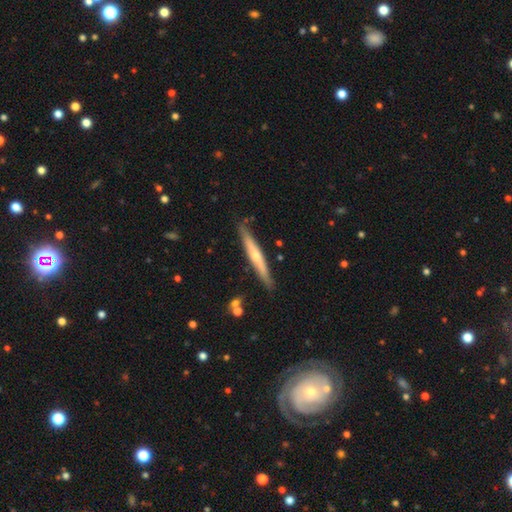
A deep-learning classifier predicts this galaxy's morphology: Smooth or featured?
  - featured or disk: 55% *
  - smooth: 39%
  - star or artifact: 6%
Edge-on disk?
  - yes: 94% *
  - no: 6%
Edge-on bulge?
  - rounded: 66% *
  - none: 30%
  - boxy: 4%
Merging?
  - none: 86% *
  - minor disturbance: 10%
  - merger: 2%
  - major disturbance: 2%